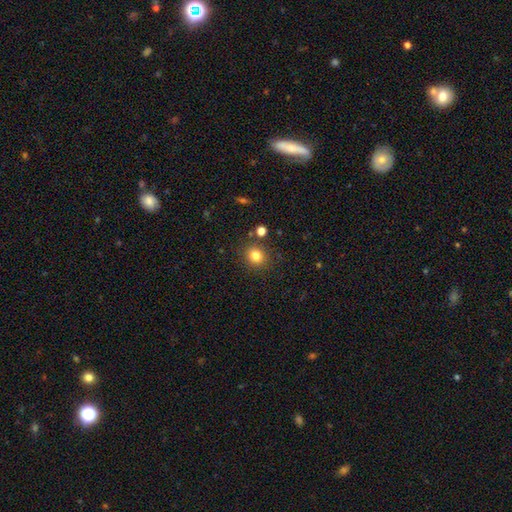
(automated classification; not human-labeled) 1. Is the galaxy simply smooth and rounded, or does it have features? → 81% smooth, 13% star or artifact, 6% featured or disk.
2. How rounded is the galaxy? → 78% round, 21% in between, 1% cigar-shaped.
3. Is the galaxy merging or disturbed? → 83% none, 9% minor disturbance, 5% merger, 3% major disturbance.